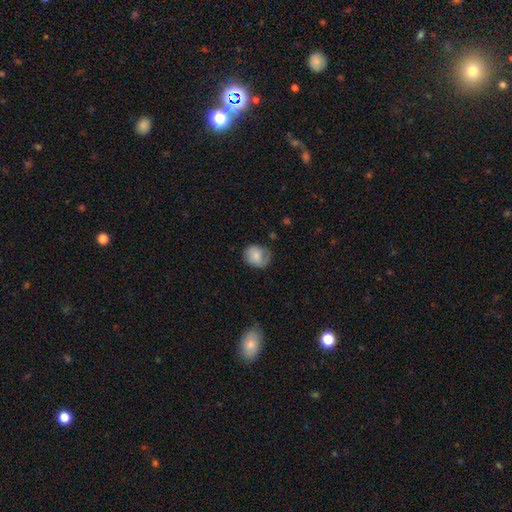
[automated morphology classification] Overall: smooth (71%). How rounded: round (60%; in between 39%). Merging: none (59%; minor disturbance 28%).